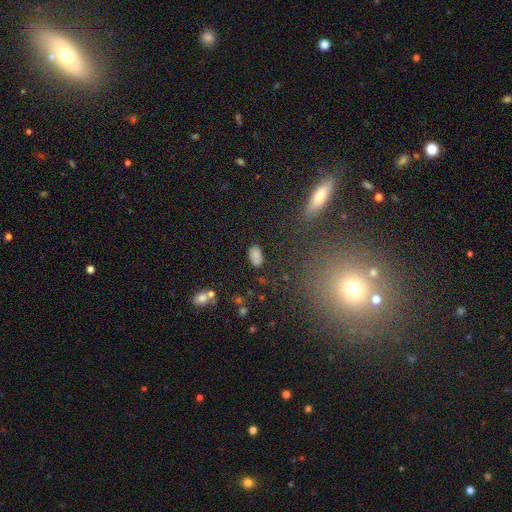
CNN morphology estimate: This appears to be a smooth galaxy with no disk features (78%) that is in between round and cigar-shaped (93%). Merging: none (77%).